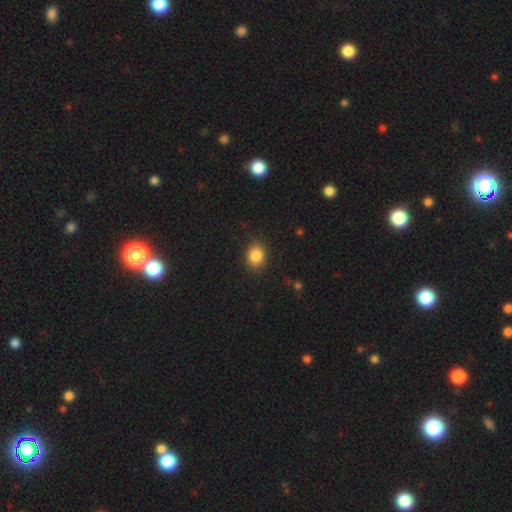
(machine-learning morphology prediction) This appears to be a smooth galaxy with no disk features (85%) that is round (51%). Merging: none (87%).